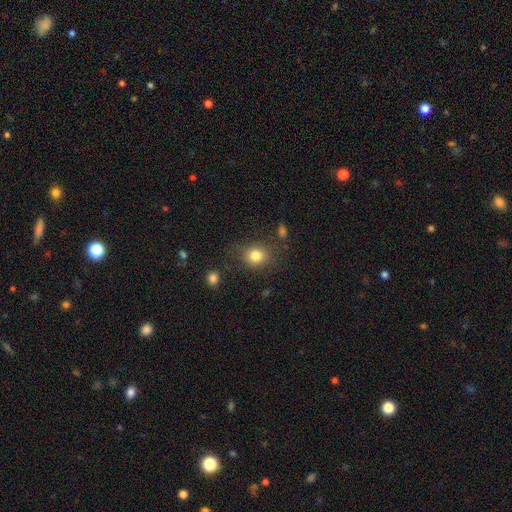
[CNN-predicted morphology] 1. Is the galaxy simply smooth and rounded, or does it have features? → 82% smooth, 11% star or artifact, 7% featured or disk.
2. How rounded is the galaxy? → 68% round, 31% in between, 1% cigar-shaped.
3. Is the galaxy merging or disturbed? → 78% none, 14% minor disturbance, 6% major disturbance, 3% merger.